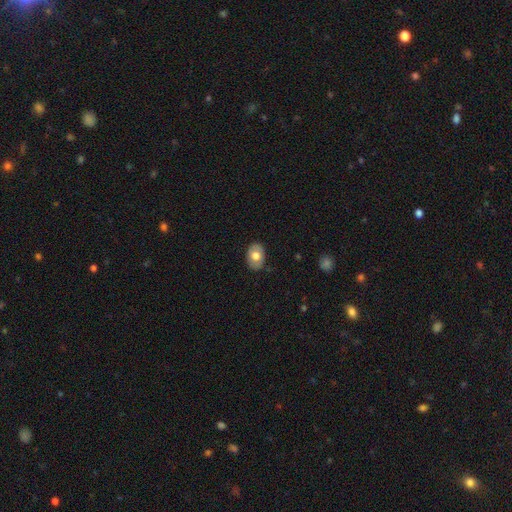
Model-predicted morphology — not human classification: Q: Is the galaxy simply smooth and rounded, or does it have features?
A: smooth — 67%.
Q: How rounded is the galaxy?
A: in between — 80%.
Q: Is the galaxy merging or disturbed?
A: none — 84%.